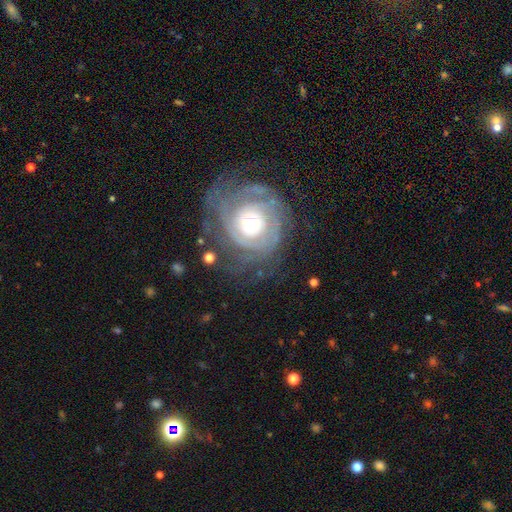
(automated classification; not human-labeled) featured or disk 67%, smooth 19%, star or artifact 15%. Down the decision tree: edge-on disk — no (96%); bar — no (77%); spiral arms — yes (81%); spiral arm count — can't tell (44%); spiral winding — tight (72%); bulge size — moderate (63%); merging — none (73%).